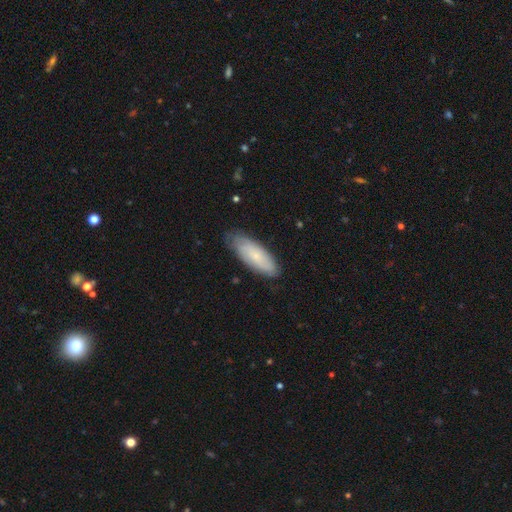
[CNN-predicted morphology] Smooth or featured: smooth — 61% (featured or disk — 33%)
How rounded: in between — 65% (cigar-shaped — 33%)
Merging: none — 77% (minor disturbance — 19%)